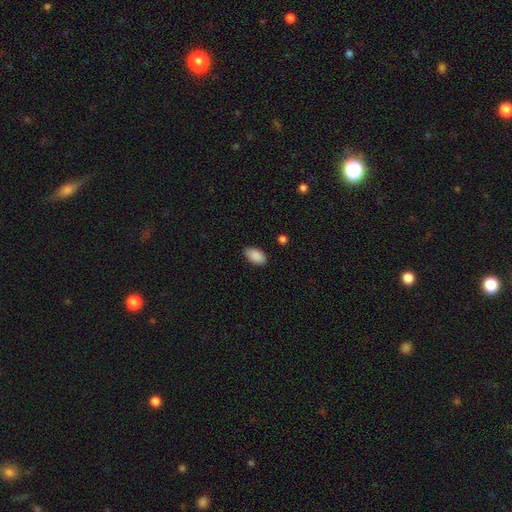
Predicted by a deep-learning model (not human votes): Smooth or featured?
  - smooth: 90% *
  - star or artifact: 7%
  - featured or disk: 4%
How rounded?
  - in between: 94% *
  - round: 4%
  - cigar-shaped: 2%
Merging?
  - none: 83% *
  - minor disturbance: 13%
  - major disturbance: 2%
  - merger: 1%